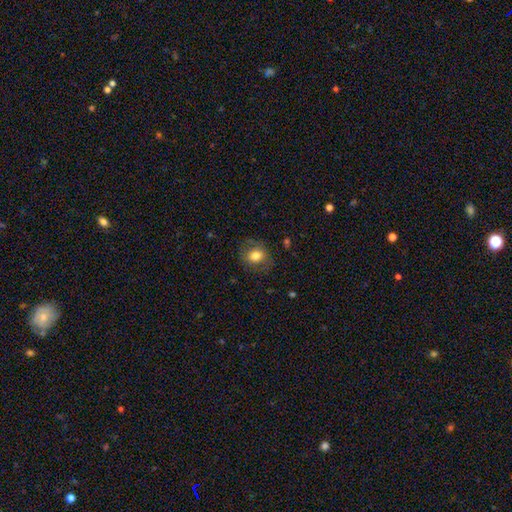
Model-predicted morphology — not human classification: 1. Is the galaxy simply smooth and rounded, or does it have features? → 76% smooth, 15% featured or disk, 9% star or artifact.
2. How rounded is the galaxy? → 61% round, 38% in between, 1% cigar-shaped.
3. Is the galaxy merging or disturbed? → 77% none, 16% minor disturbance, 7% major disturbance, 1% merger.